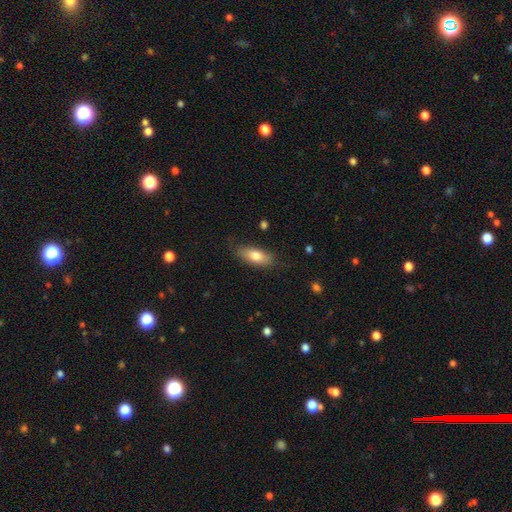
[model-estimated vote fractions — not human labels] Smooth or featured?
  - smooth: 77% *
  - featured or disk: 16%
  - star or artifact: 6%
How rounded?
  - in between: 80% *
  - cigar-shaped: 17%
  - round: 3%
Merging?
  - none: 78% *
  - minor disturbance: 17%
  - major disturbance: 4%
  - merger: 1%